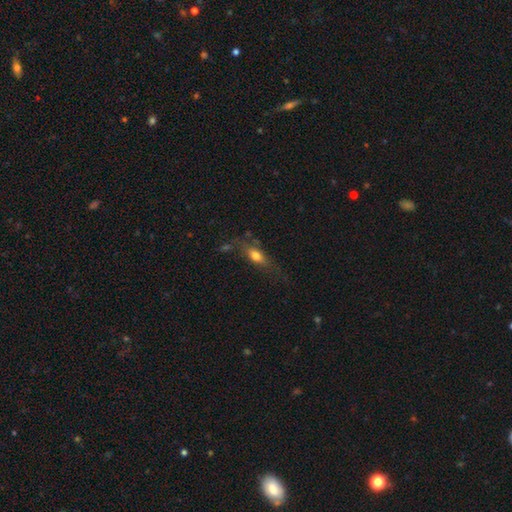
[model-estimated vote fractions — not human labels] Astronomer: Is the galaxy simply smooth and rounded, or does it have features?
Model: smooth — 64%.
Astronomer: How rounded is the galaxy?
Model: in between — 63%.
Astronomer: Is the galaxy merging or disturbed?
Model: none — 59%.